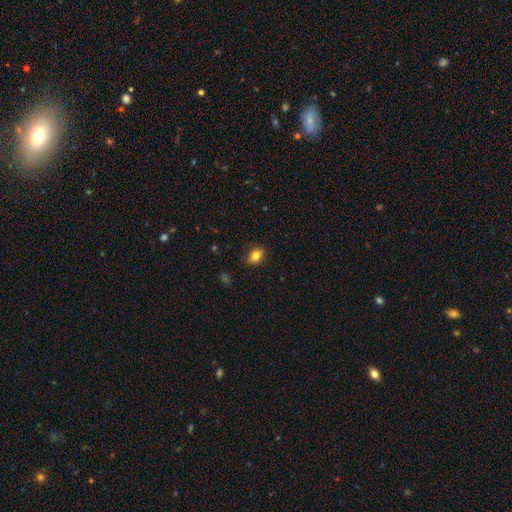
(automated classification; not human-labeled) smooth-or-featured: smooth: 81% | star or artifact: 10% | featured or disk: 9%
  how-rounded: in between: 69% | round: 29% | cigar-shaped: 2%
  merging: none: 82% | minor disturbance: 14% | major disturbance: 3% | merger: 1%